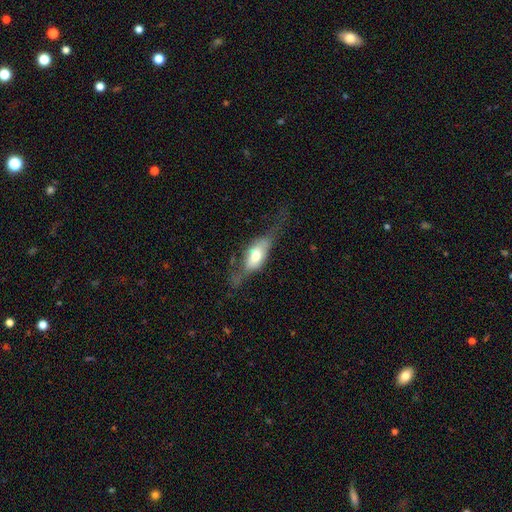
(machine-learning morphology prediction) smooth_or_featured: smooth (p=0.49) [alt: featured or disk p=0.44]
merging: none (p=0.40) [alt: major disturbance p=0.31]